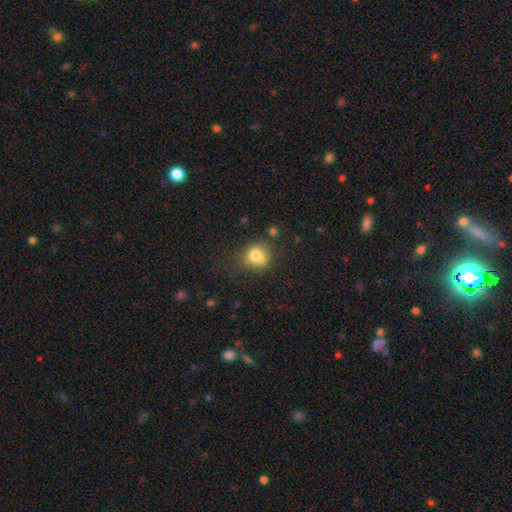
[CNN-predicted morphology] This is likely a smooth galaxy (75%). How rounded: likely round (79%). Merging: possibly none (52%).